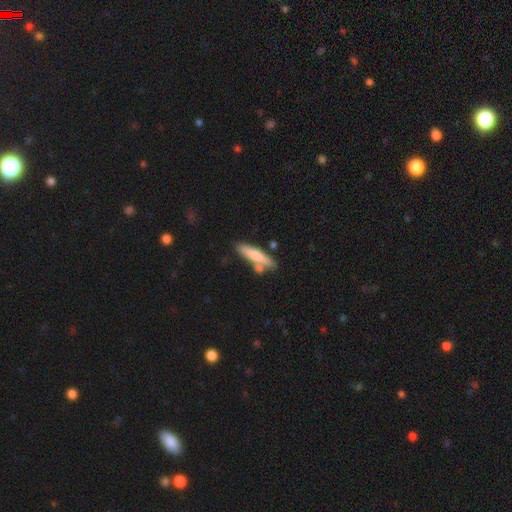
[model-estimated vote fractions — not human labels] Smooth or featured? smooth (64%)
How rounded? cigar-shaped (82%)
Merging? none (68%)